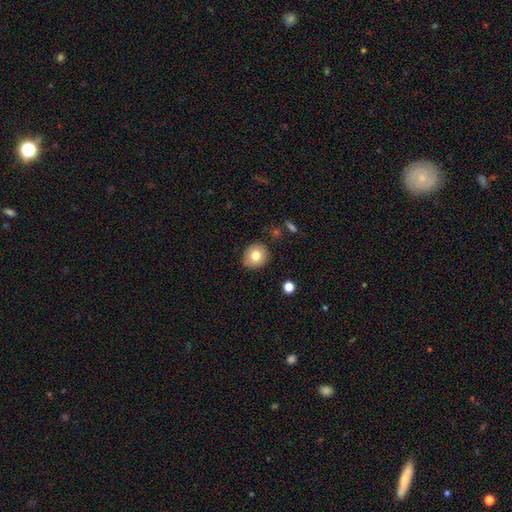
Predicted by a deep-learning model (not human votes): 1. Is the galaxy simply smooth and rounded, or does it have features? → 78% smooth, 13% featured or disk, 9% star or artifact.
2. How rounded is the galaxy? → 83% round, 17% in between, 1% cigar-shaped.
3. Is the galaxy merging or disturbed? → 89% none, 8% minor disturbance, 2% major disturbance, 1% merger.